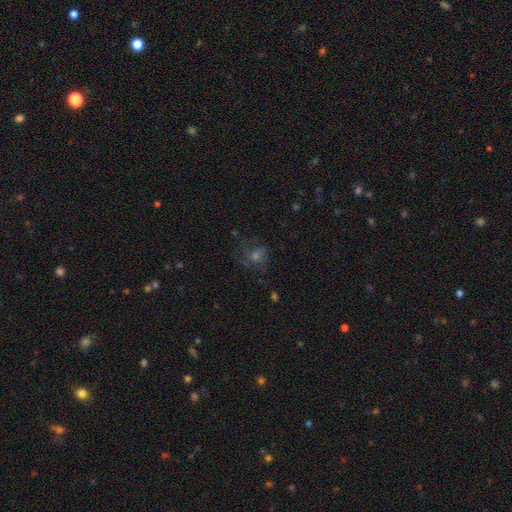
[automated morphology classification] Overall: featured or disk (43%; star or artifact 29%). Merging: none (63%).